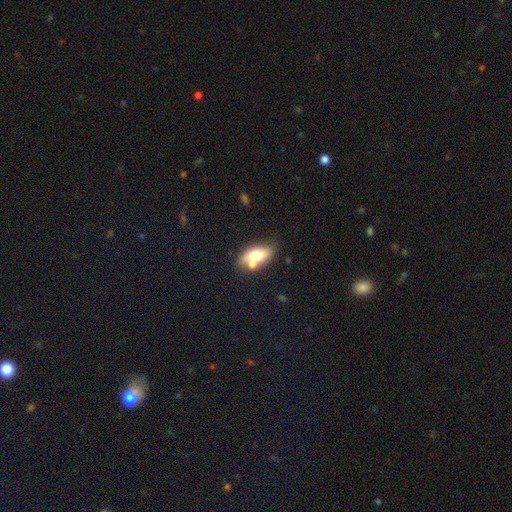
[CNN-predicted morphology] smooth-or-featured: smooth: 64% | featured or disk: 28% | star or artifact: 8%
  how-rounded: in between: 84% | cigar-shaped: 9% | round: 7%
  merging: none: 50% | merger: 29% | minor disturbance: 15% | major disturbance: 5%